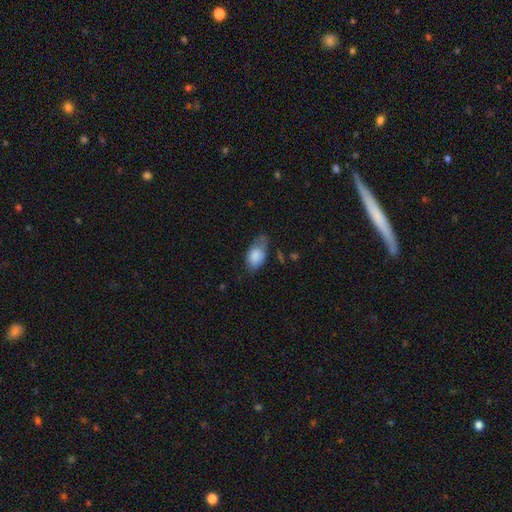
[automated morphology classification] The model was most divided on "merging": none: 44%, minor disturbance: 38%, major disturbance: 16%, merger: 3%. More confident: how rounded — in between (90%); smooth or featured — smooth (82%).